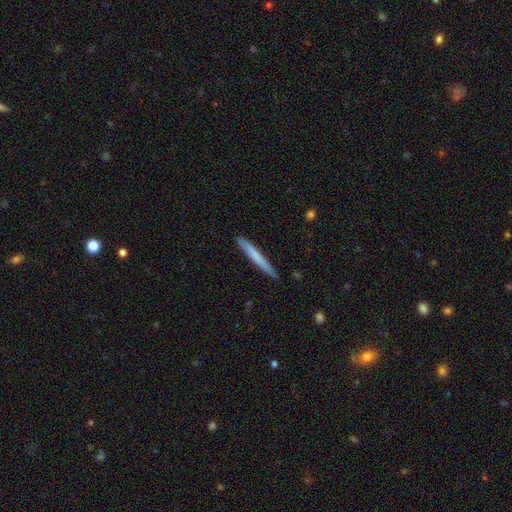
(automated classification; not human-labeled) This appears to be a smooth galaxy with no disk features (66%) that is cigar-shaped (97%). Merging: none (88%).